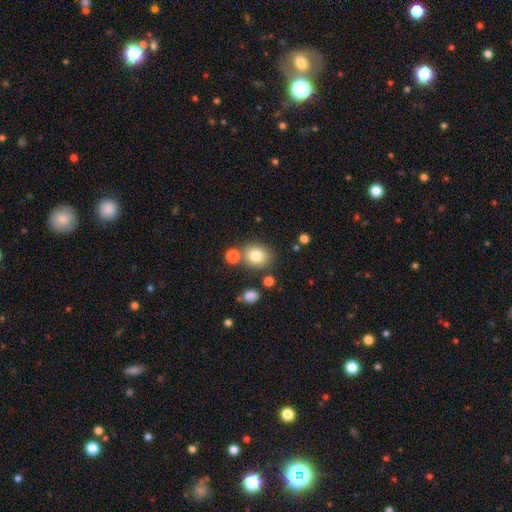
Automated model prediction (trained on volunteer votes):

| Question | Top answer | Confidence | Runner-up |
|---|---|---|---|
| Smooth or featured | smooth | 80% | star or artifact (11%) |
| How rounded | round | 64% | in between (35%) |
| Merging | none | 74% | merger (11%) |